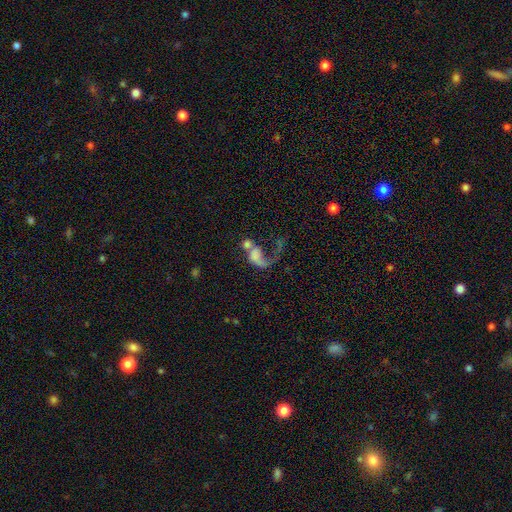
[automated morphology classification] A smooth galaxy with no disk features (45%).

Vote fractions:
- Smooth or featured? smooth: 45% / featured or disk: 43% / star or artifact: 12%
- Merging? merger: 46% / major disturbance: 32% / none: 15% / minor disturbance: 8%